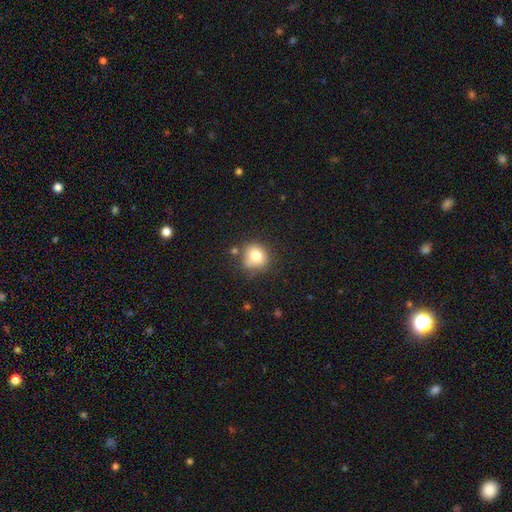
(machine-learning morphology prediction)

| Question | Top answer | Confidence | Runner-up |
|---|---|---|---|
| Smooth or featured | smooth | 78% | star or artifact (11%) |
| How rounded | round | 81% | in between (18%) |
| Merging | none | 67% | minor disturbance (19%) |